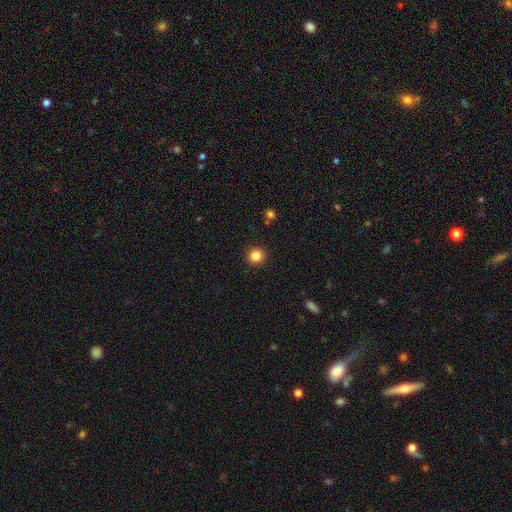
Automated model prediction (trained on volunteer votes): This is clearly a smooth galaxy (84%). How rounded: clearly round (94%). Merging: clearly none (91%).